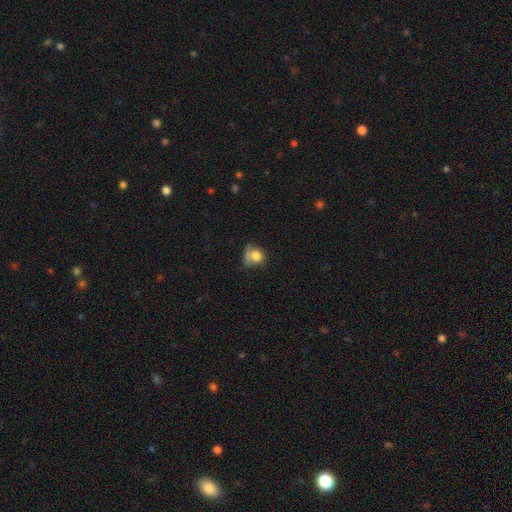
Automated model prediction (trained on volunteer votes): smooth 75%, featured or disk 14%, star or artifact 11%. Down the decision tree: how rounded — round (65%); merging — none (36%).